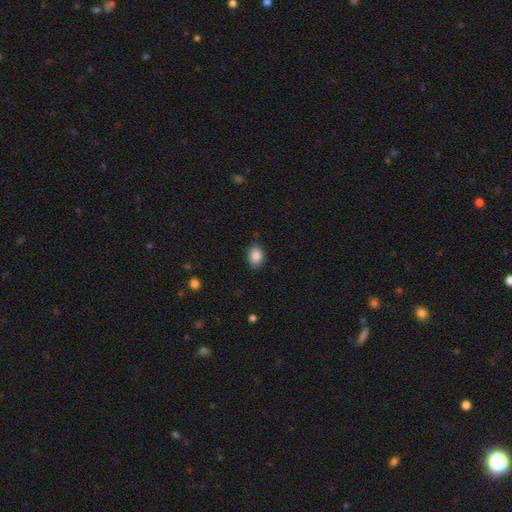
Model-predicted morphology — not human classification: Smooth or featured: smooth — 87% (star or artifact — 8%)
How rounded: in between — 67% (round — 32%)
Merging: none — 86% (minor disturbance — 10%)